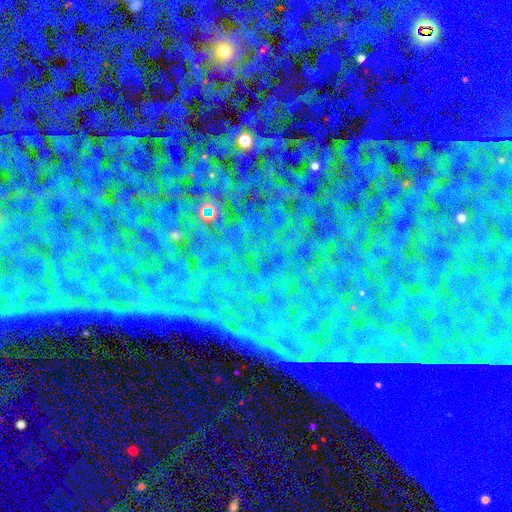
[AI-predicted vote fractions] The model was most divided on "smooth or featured": star or artifact: 86%, featured or disk: 7%, smooth: 7%.